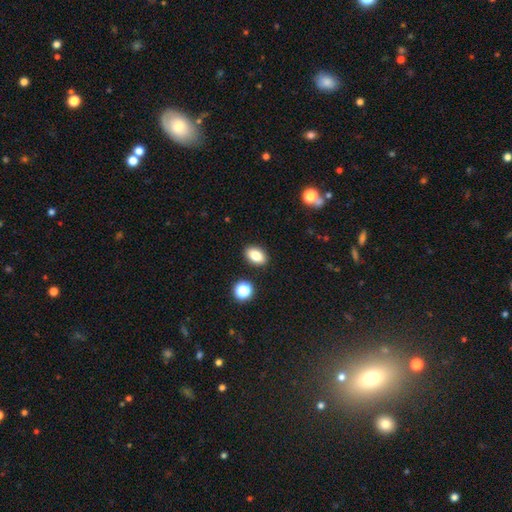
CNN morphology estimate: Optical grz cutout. It shows a smooth galaxy with no disk features (82%) that is in between round and cigar-shaped (85%). Merging: none (88%).